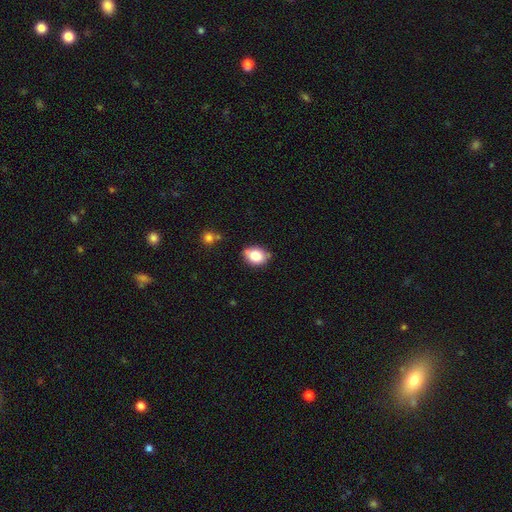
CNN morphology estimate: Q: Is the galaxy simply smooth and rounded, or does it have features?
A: smooth — 80%.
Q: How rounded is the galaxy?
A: in between — 62%.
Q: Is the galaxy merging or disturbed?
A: none — 69%.